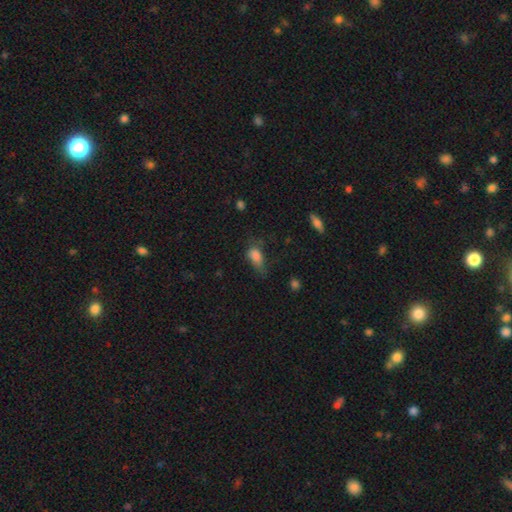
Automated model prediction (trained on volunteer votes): Overall: smooth (79%). How rounded: in between (83%). Merging: none (37%; minor disturbance 33%).